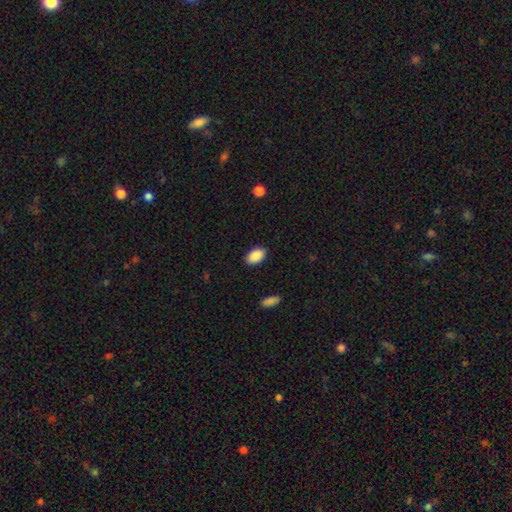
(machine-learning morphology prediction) This is clearly a smooth galaxy (90%). How rounded: clearly in between (90%). Merging: clearly none (88%).